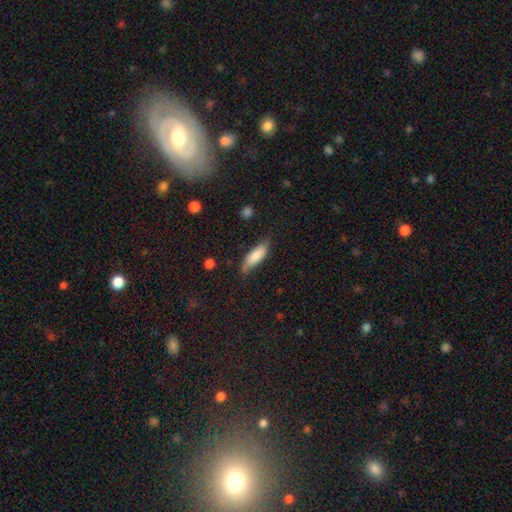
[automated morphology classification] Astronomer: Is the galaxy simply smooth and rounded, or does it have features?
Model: smooth — 79%.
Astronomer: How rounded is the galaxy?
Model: in between — 59% (runner-up: cigar-shaped, 39%).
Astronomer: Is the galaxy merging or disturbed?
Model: none — 72%.